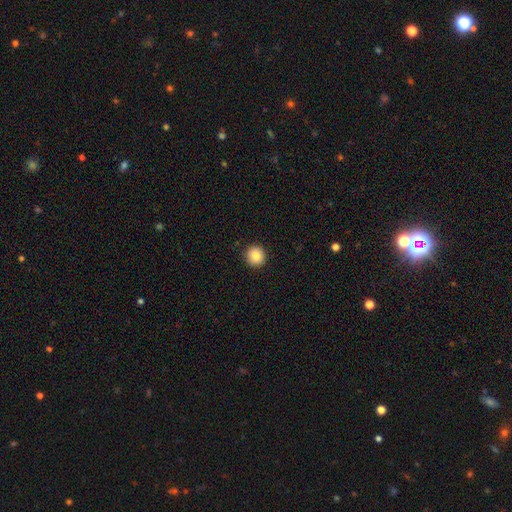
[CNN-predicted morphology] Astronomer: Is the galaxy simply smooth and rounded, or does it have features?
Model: smooth — 86%.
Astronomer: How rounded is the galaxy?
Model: round — 93%.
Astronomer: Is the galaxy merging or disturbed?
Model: none — 92%.